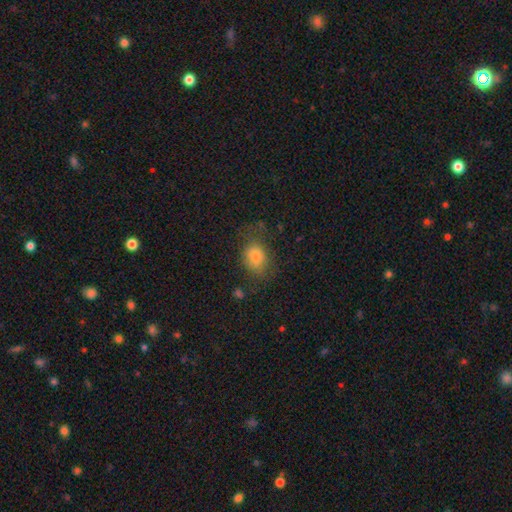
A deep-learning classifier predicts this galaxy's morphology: Smooth or featured? smooth (79%)
How rounded? in between (64%)
Merging? none (62%)